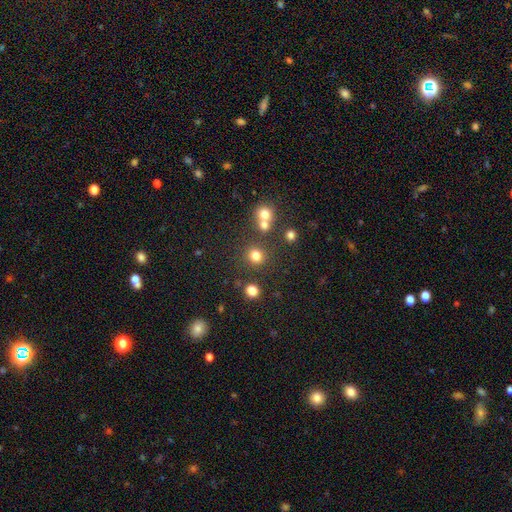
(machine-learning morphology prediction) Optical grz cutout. It shows a smooth galaxy with no disk features (78%) that is round (89%). Merging: none (79%).